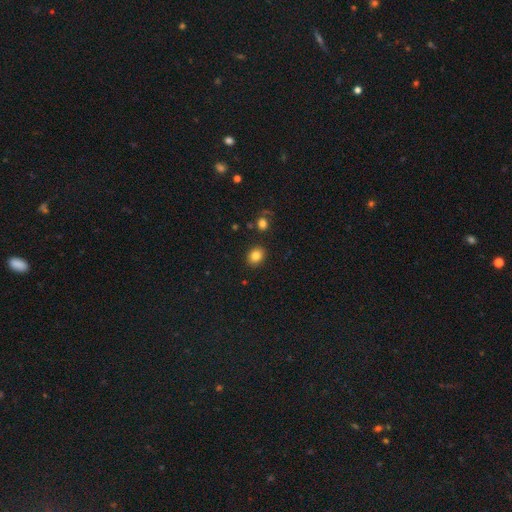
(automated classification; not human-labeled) Q: Smooth or featured?
A: smooth (83%); runner-up: star or artifact (11%)
Q: How rounded?
A: round (58%); runner-up: in between (41%)
Q: Merging?
A: none (88%); runner-up: minor disturbance (7%)